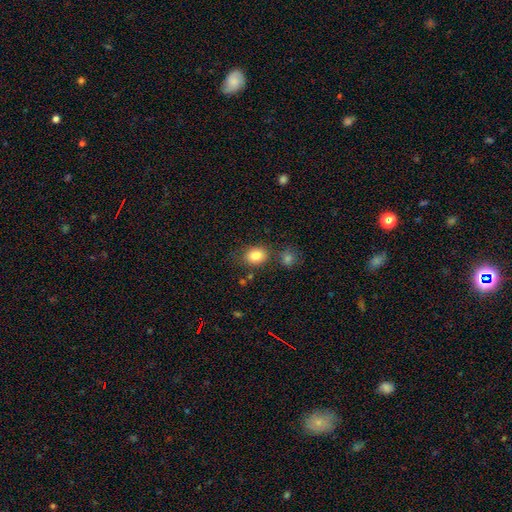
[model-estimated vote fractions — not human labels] Overall: smooth (84%). How rounded: in between (57%; round 42%). Merging: none (73%).